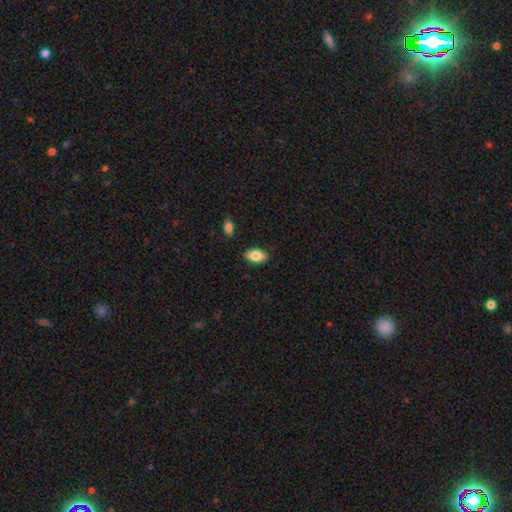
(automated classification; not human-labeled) Q: Smooth or featured?
A: smooth (81%); runner-up: featured or disk (12%)
Q: How rounded?
A: in between (92%); runner-up: cigar-shaped (4%)
Q: Merging?
A: none (87%); runner-up: minor disturbance (9%)